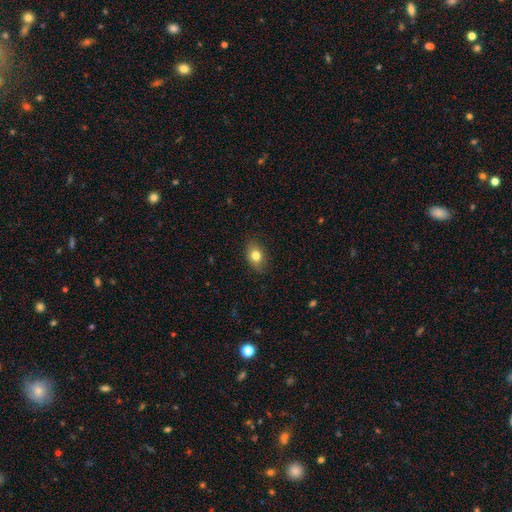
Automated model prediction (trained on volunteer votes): This is likely a smooth galaxy (79%). How rounded: likely in between (72%). Merging: clearly none (83%).